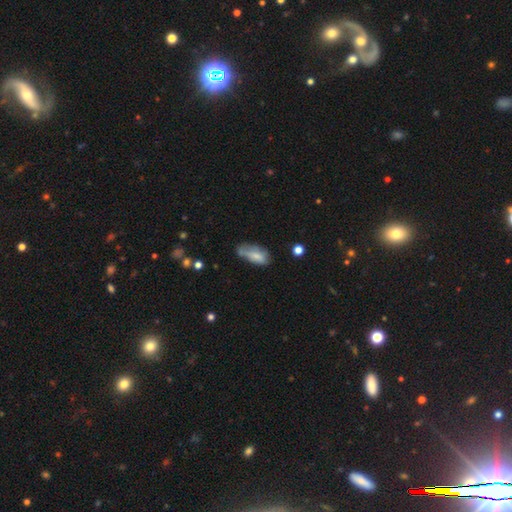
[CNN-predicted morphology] smooth 70%, featured or disk 22%, star or artifact 8%. Down the decision tree: how rounded — in between (83%); merging — minor disturbance (39%).